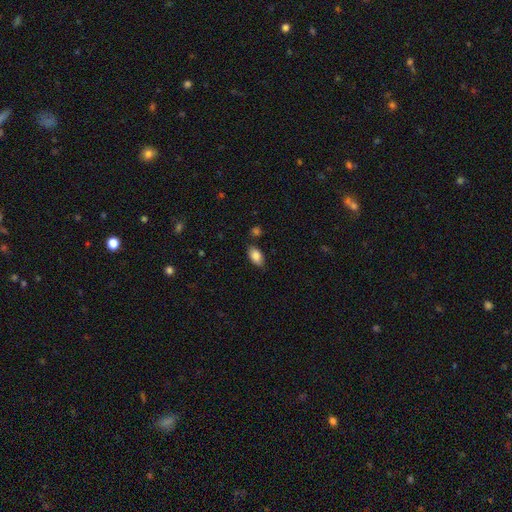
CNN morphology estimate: Smooth or featured?
  - smooth: 86% *
  - star or artifact: 8%
  - featured or disk: 7%
How rounded?
  - in between: 92% *
  - round: 5%
  - cigar-shaped: 3%
Merging?
  - none: 80% *
  - minor disturbance: 14%
  - merger: 4%
  - major disturbance: 3%